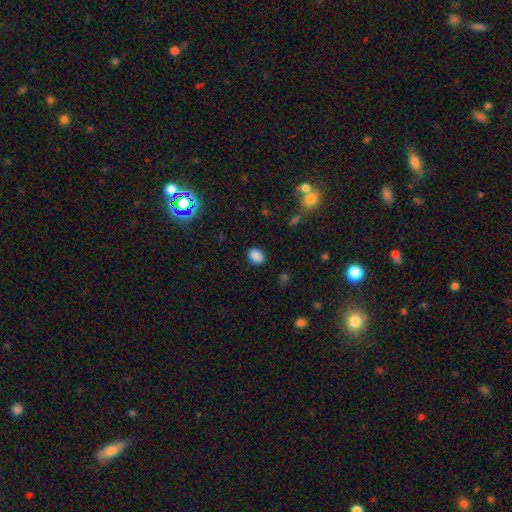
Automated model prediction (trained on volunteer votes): A smooth galaxy with no disk features (86%) that is in between round and cigar-shaped (73%). Merging: none (85%).